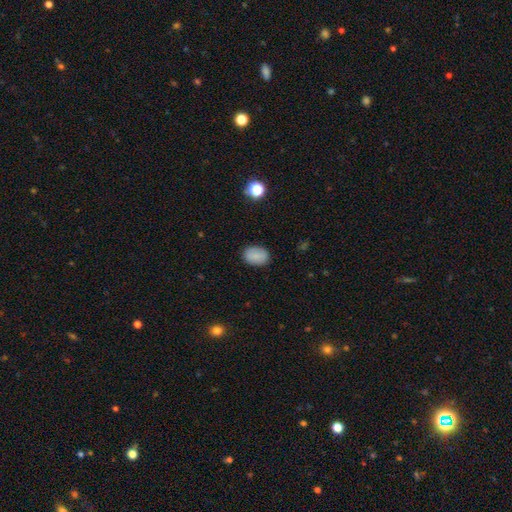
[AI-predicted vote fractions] Smooth or featured: smooth — 85% (star or artifact — 8%)
How rounded: in between — 74% (round — 25%)
Merging: none — 87% (minor disturbance — 10%)